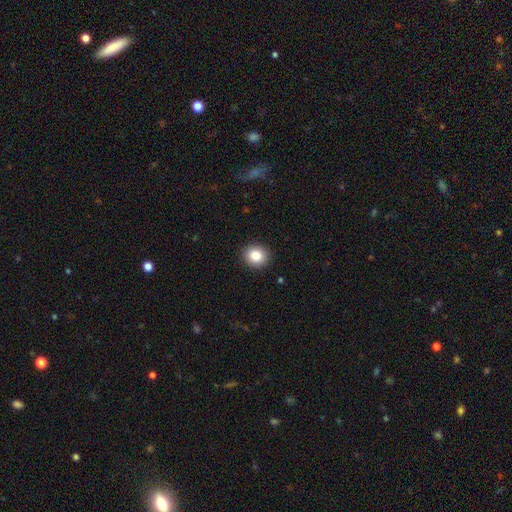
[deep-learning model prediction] smooth 84%, star or artifact 10%, featured or disk 6%. Down the decision tree: how rounded — round (80%); merging — none (92%).